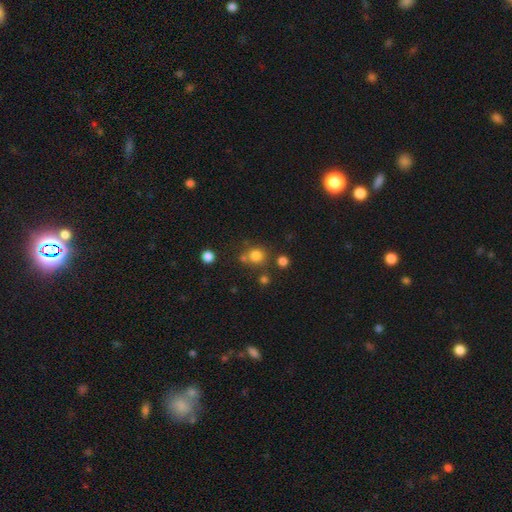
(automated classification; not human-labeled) Smooth or featured?
  - smooth: 78% *
  - star or artifact: 15%
  - featured or disk: 7%
How rounded?
  - round: 87% *
  - in between: 12%
  - cigar-shaped: 1%
Merging?
  - none: 68% *
  - merger: 18%
  - minor disturbance: 10%
  - major disturbance: 4%